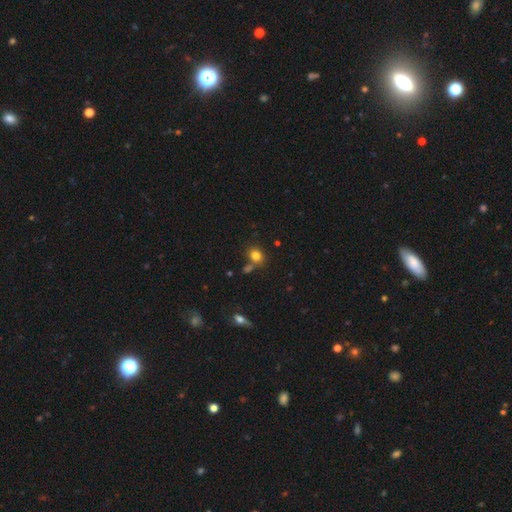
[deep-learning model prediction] Overall: smooth (80%). How rounded: round (64%; in between 34%). Merging: none (67%).